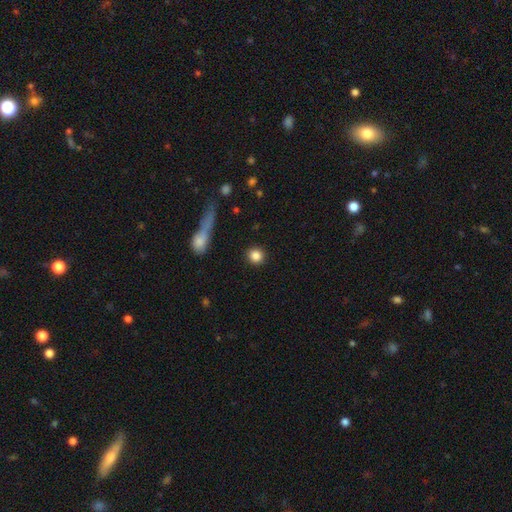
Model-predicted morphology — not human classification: A smooth galaxy with no disk features (85%) that is round (92%).

Vote fractions:
- Smooth or featured? smooth: 85% / star or artifact: 9% / featured or disk: 5%
- How rounded? round: 92% / in between: 7% / cigar-shaped: 1%
- Merging? none: 90% / minor disturbance: 6% / major disturbance: 2% / merger: 2%